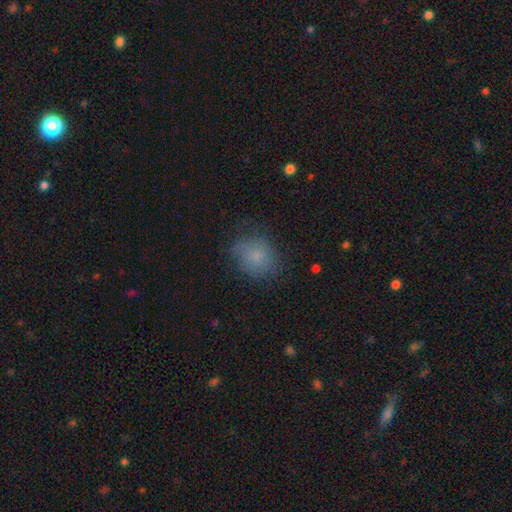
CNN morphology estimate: Smooth or featured? smooth (78%)
How rounded? round (62%)
Merging? none (68%)